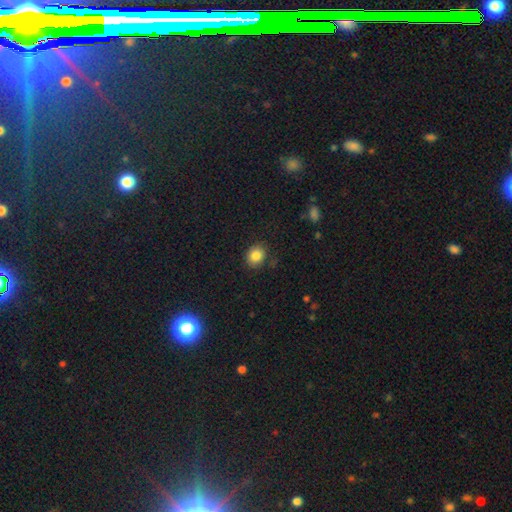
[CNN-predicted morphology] Overall: smooth (84%). How rounded: round (67%; in between 32%). Merging: none (86%).